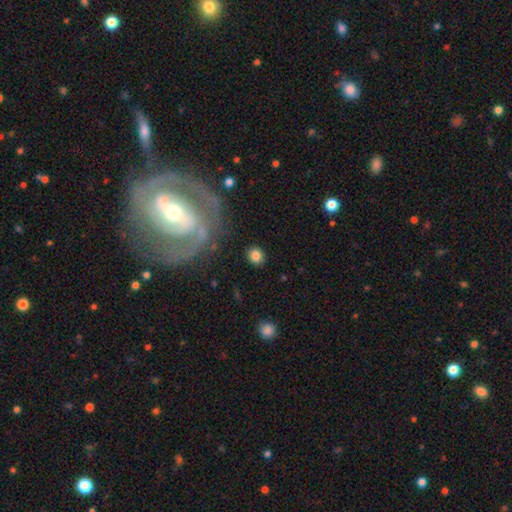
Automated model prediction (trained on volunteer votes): Q: Smooth or featured?
A: smooth (82%); runner-up: star or artifact (10%)
Q: How rounded?
A: round (78%); runner-up: in between (21%)
Q: Merging?
A: none (88%); runner-up: minor disturbance (7%)